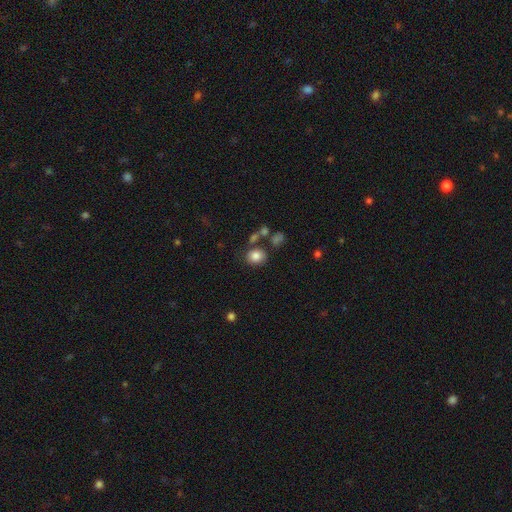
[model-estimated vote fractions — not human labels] A smooth galaxy with no disk features (83%) that is round (64%).

Vote fractions:
- Smooth or featured? smooth: 83% / star or artifact: 10% / featured or disk: 7%
- How rounded? round: 64% / in between: 35% / cigar-shaped: 1%
- Merging? none: 72% / minor disturbance: 13% / merger: 11% / major disturbance: 5%